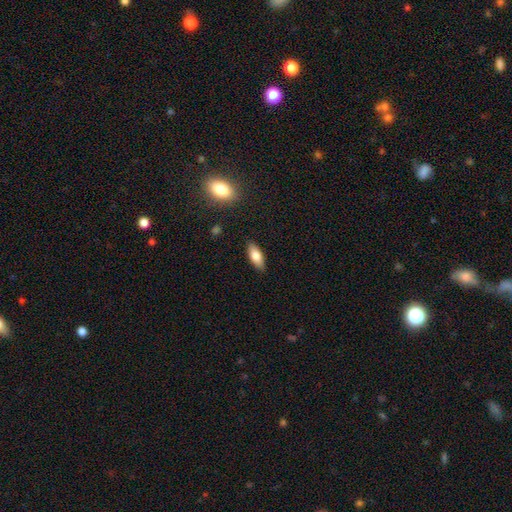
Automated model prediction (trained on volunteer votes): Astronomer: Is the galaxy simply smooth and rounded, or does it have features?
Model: smooth — 77%.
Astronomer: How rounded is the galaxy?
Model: in between — 78%.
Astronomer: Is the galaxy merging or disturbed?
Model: none — 87%.